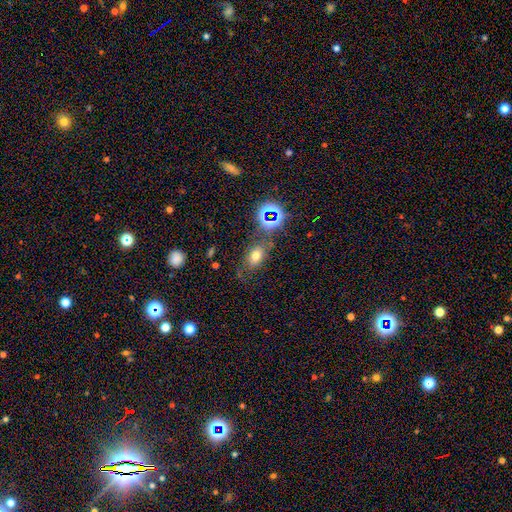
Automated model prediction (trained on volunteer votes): A smooth galaxy with no disk features (64%) that is in between round and cigar-shaped (75%).

Vote fractions:
- Smooth or featured? smooth: 64% / star or artifact: 23% / featured or disk: 14%
- How rounded? in between: 75% / round: 22% / cigar-shaped: 2%
- Merging? none: 65% / minor disturbance: 17% / merger: 9% / major disturbance: 9%